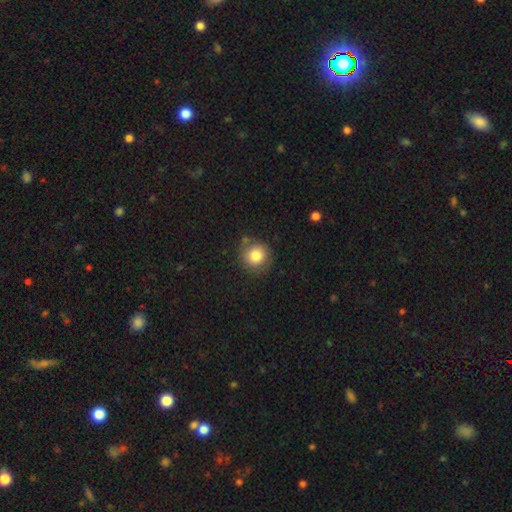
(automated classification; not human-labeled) Smooth or featured? smooth (81%)
How rounded? round (92%)
Merging? none (78%)